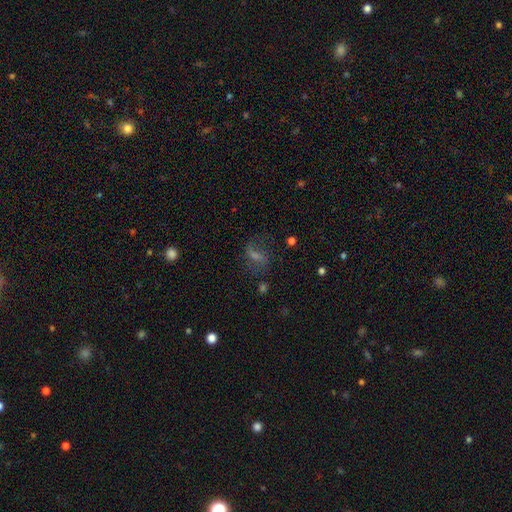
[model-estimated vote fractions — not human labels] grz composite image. It shows a featured or disk galaxy (43%). Merging: none (63%).